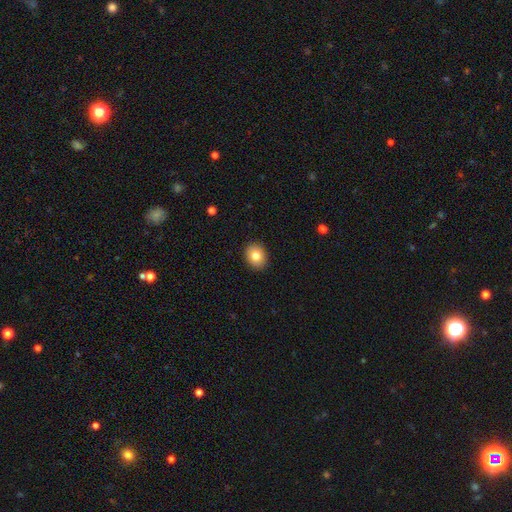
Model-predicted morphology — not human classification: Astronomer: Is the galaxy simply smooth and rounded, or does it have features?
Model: smooth — 81%.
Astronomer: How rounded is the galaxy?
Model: round — 52% (runner-up: in between, 47%).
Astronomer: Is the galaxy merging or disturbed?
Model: none — 91%.